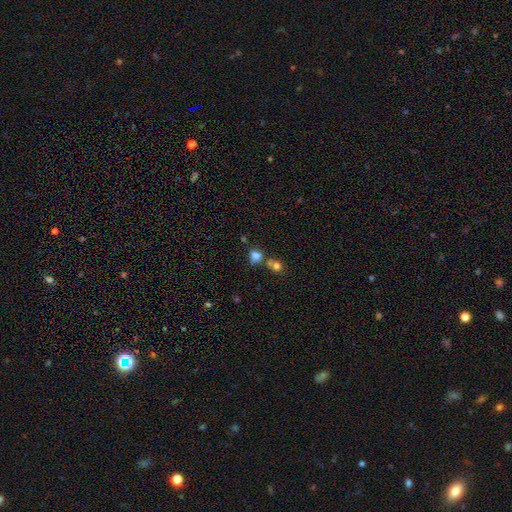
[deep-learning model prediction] The model was most divided on "how rounded": round: 54%, in between: 44%, cigar-shaped: 1%. Remaining: smooth or featured — smooth (77%); merging — none (45%).